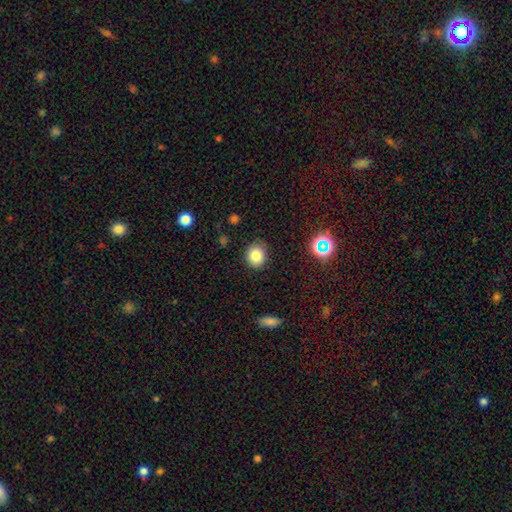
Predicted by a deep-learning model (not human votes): Morphology: type=smooth (81%); roundness=round (75%); merging=none (85%).